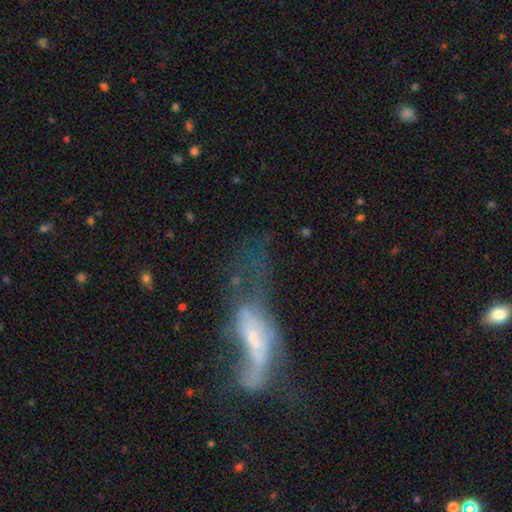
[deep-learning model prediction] A featured or disk galaxy (54%).

Vote fractions:
- Smooth or featured? featured or disk: 54% / smooth: 31% / star or artifact: 16%
- Edge-on disk? no: 79% / yes: 21%
- Merging? major disturbance: 45% / merger: 23% / none: 20% / minor disturbance: 13%